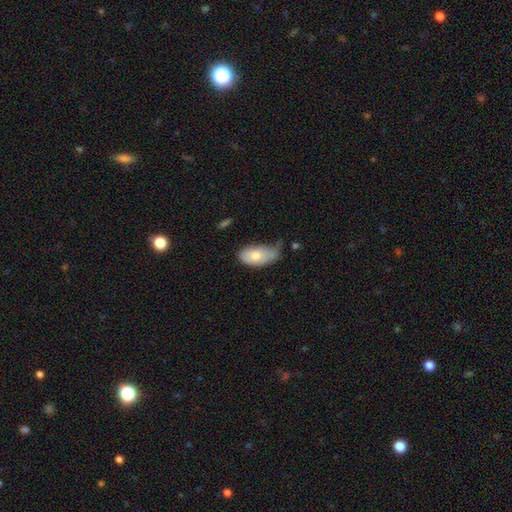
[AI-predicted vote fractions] Overall: smooth (76%). How rounded: in between (93%). Merging: minor disturbance (43%; none 37%).